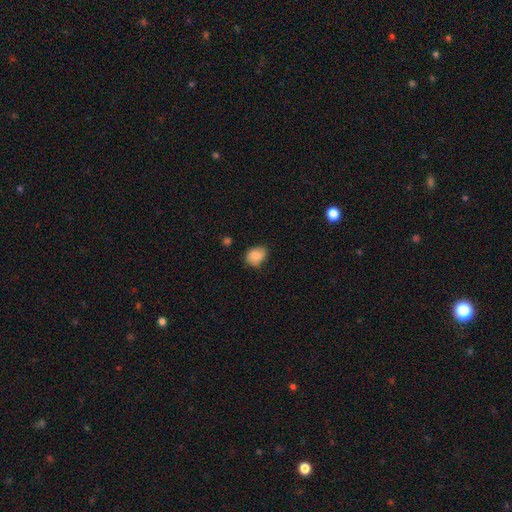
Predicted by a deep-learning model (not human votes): A smooth galaxy with no disk features (80%) that is in between round and cigar-shaped (52%). Merging: none (72%).